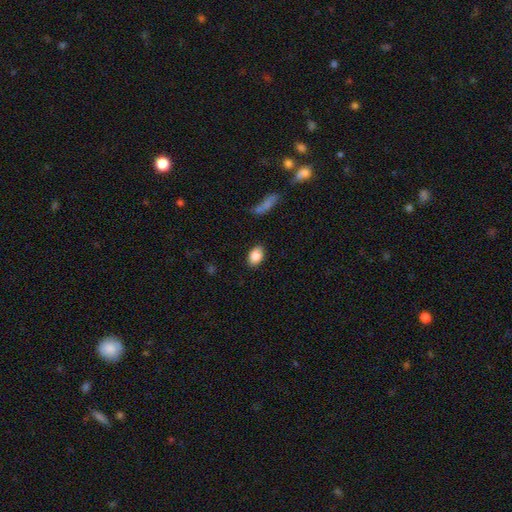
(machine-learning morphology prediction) This appears to be a smooth galaxy with no disk features (88%) that is in between round and cigar-shaped (85%). Merging: none (86%).